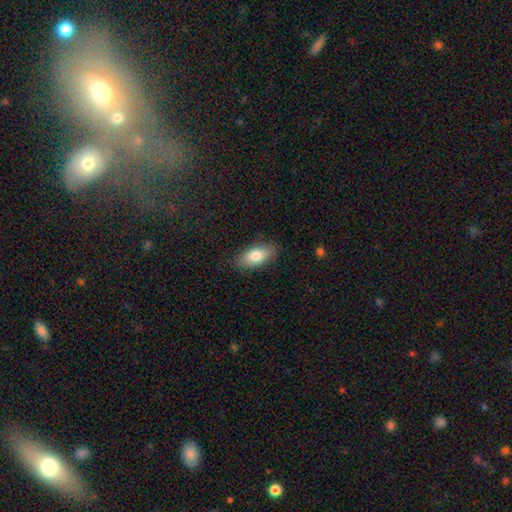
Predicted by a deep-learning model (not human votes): smooth_or_featured: smooth (p=0.82) [alt: featured or disk p=0.12]
how_rounded: in between (p=0.87) [alt: cigar-shaped p=0.10]
merging: none (p=0.86) [alt: minor disturbance p=0.11]